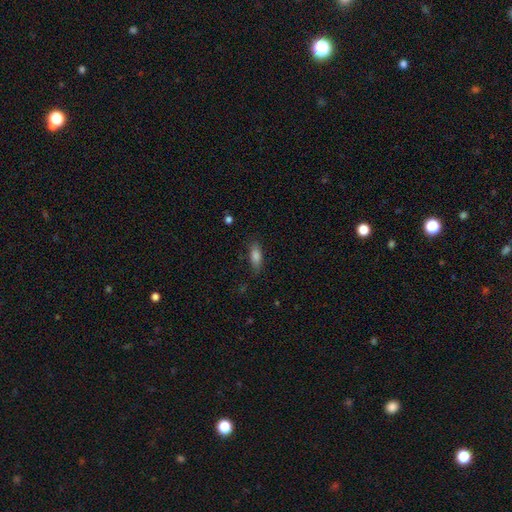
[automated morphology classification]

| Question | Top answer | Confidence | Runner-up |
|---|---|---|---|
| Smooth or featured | smooth | 82% | featured or disk (10%) |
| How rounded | in between | 70% | cigar-shaped (27%) |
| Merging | none | 78% | minor disturbance (16%) |